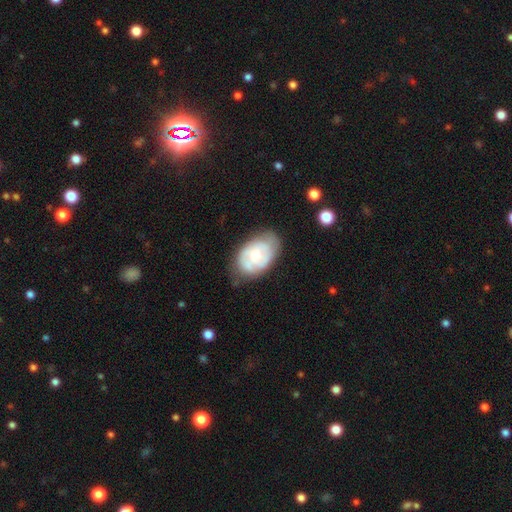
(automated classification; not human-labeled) smooth_or_featured: featured or disk (p=0.53) [alt: smooth p=0.41]
disk_edge_on: no (p=0.95) [alt: yes p=0.05]
bar: no (p=0.80) [alt: weak p=0.17]
has_spiral_arms: yes (p=0.57) [alt: no p=0.43]
bulge_size: moderate (p=0.60) [alt: small p=0.33]
merging: none (p=0.59) [alt: minor disturbance p=0.29]